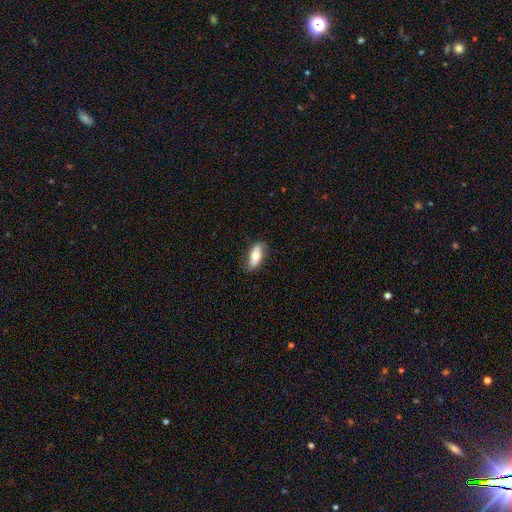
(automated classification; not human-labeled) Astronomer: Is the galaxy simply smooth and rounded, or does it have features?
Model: smooth — 64%.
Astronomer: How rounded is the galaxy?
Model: in between — 80%.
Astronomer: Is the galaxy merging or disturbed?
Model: none — 79%.